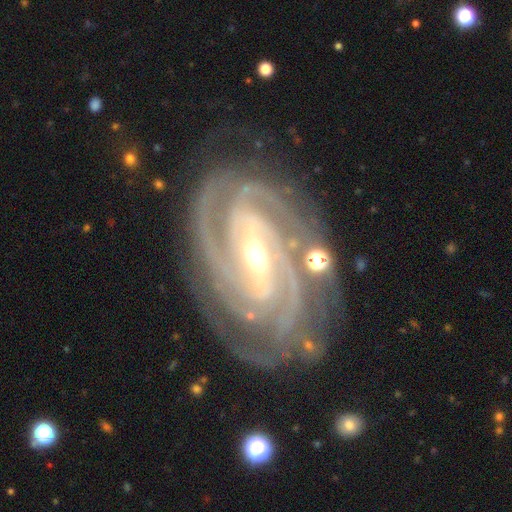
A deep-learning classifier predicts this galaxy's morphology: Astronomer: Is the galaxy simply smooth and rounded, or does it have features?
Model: featured or disk — 93%.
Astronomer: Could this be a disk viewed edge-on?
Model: no — 97%.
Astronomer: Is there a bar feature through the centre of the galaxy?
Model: strong — 52% (runner-up: weak, 32%).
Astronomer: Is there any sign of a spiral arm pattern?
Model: yes — 99%.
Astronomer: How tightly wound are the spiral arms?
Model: tight — 79%.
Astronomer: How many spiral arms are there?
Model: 3 — 30% (runner-up: 2, 29%).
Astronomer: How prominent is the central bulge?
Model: small — 59% (runner-up: moderate, 38%).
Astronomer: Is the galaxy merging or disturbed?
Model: none — 78%.